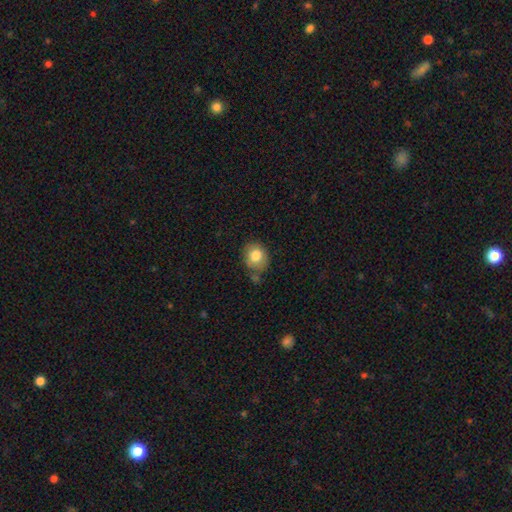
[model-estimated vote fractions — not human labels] smooth-or-featured: smooth: 81% | featured or disk: 11% | star or artifact: 8%
  how-rounded: round: 61% | in between: 38% | cigar-shaped: 1%
  merging: none: 64% | minor disturbance: 22% | merger: 8% | major disturbance: 6%